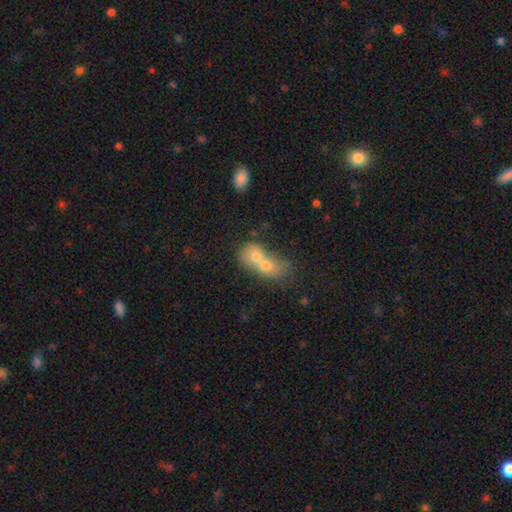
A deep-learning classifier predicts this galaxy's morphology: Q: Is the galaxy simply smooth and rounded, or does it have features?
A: smooth — 66%.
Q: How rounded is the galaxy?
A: in between — 54%.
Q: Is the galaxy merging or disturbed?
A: merger — 82%.